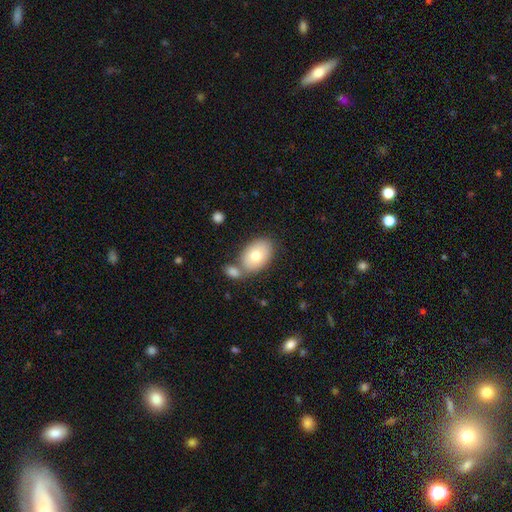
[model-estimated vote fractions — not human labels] Overall: smooth (76%). How rounded: in between (88%). Merging: none (56%; merger 27%).